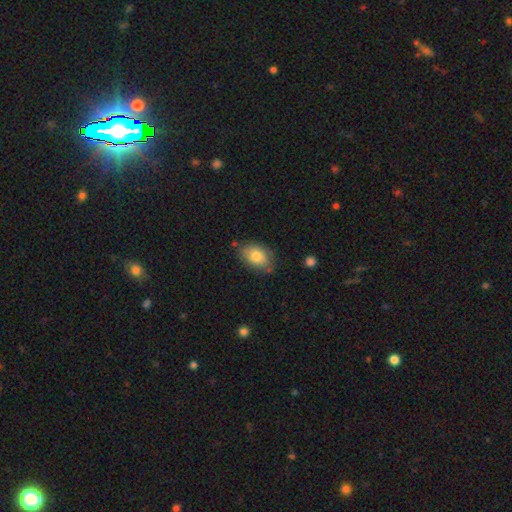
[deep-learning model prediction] The model was most divided on "merging": none: 72%, minor disturbance: 21%, major disturbance: 4%, merger: 3%. More confident: how rounded — in between (85%); smooth or featured — smooth (77%).